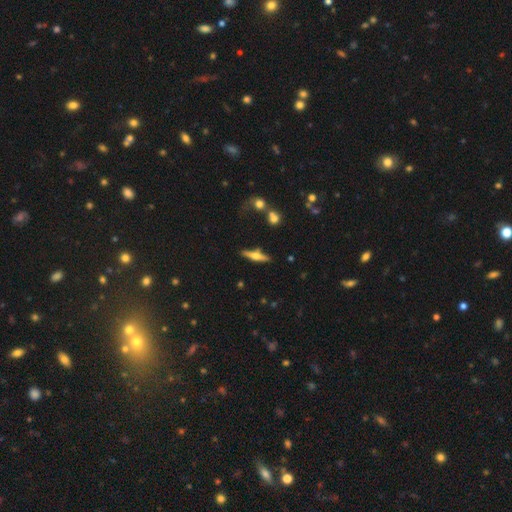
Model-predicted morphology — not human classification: Overall: featured or disk (62%; smooth 32%). Edge-on disk: yes (95%). Edge-on bulge: rounded (91%). Merging: none (82%).